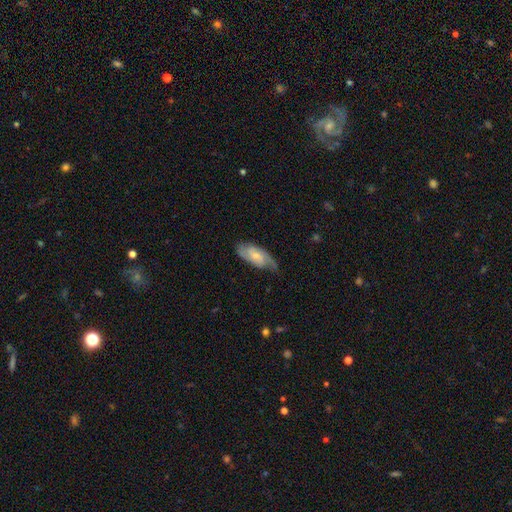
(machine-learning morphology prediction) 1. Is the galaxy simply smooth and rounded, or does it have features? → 65% featured or disk, 30% smooth, 5% star or artifact.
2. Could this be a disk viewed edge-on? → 92% no, 8% yes.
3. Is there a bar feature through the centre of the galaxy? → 51% no, 40% weak, 8% strong.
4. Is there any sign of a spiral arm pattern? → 91% yes, 9% no.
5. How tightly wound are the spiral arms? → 46% medium, 33% tight, 21% loose.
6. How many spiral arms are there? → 70% 2, 16% can't tell, 6% 3, 5% 1, 2% 4, 1% more than 4.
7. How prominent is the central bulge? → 55% small, 37% moderate, 5% none, 2% large, 1% dominant.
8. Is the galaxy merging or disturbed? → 65% none, 26% minor disturbance, 8% major disturbance, 1% merger.